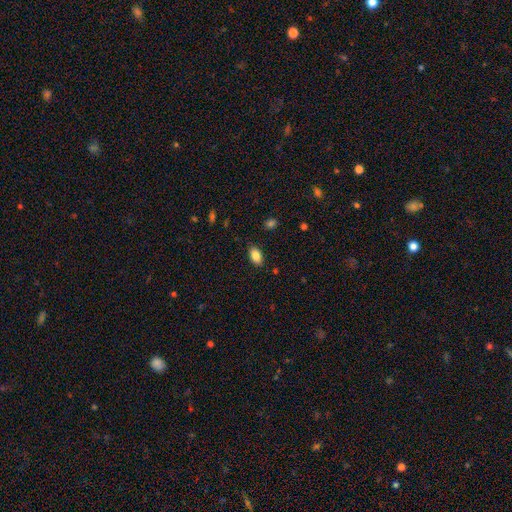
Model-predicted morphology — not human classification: Smooth or featured? smooth (86%)
How rounded? in between (91%)
Merging? none (87%)